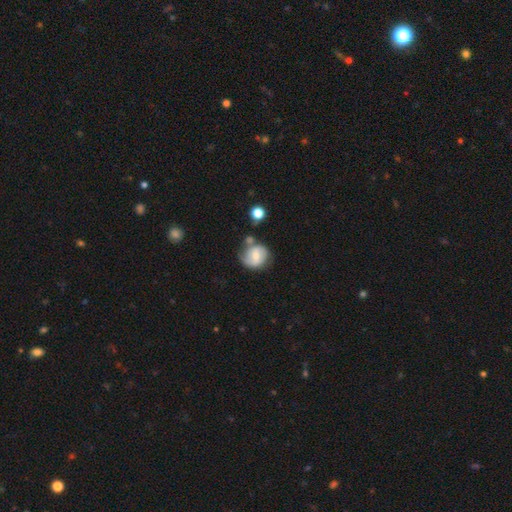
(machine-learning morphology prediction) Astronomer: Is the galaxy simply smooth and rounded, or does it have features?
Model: featured or disk — 50% (runner-up: smooth, 42%).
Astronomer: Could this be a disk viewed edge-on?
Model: no — 97%.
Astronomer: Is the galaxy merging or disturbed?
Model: none — 52%.